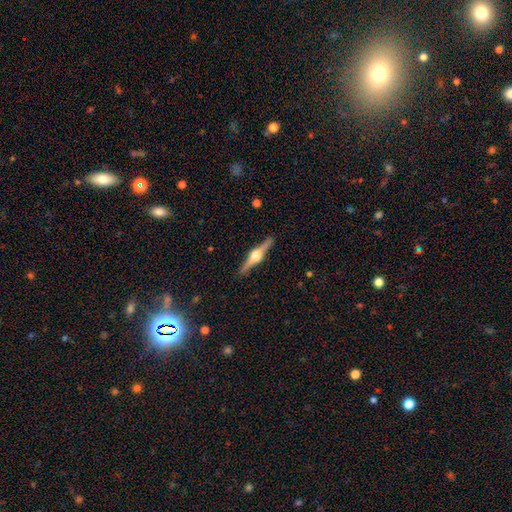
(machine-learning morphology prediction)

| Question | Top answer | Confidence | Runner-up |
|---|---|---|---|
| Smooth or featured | featured or disk | 84% | smooth (11%) |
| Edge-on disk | yes | 98% | no (2%) |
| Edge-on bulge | rounded | 96% | boxy (3%) |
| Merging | none | 91% | minor disturbance (6%) |